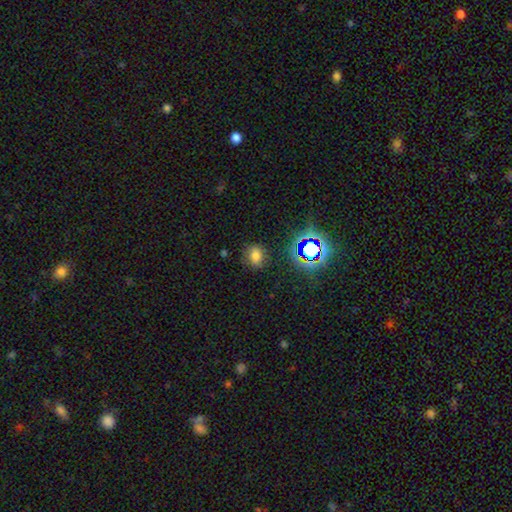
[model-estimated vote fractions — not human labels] smooth_or_featured: smooth (p=0.68) [alt: star or artifact p=0.24]
how_rounded: in between (p=0.62) [alt: round p=0.36]
merging: none (p=0.81) [alt: minor disturbance p=0.13]